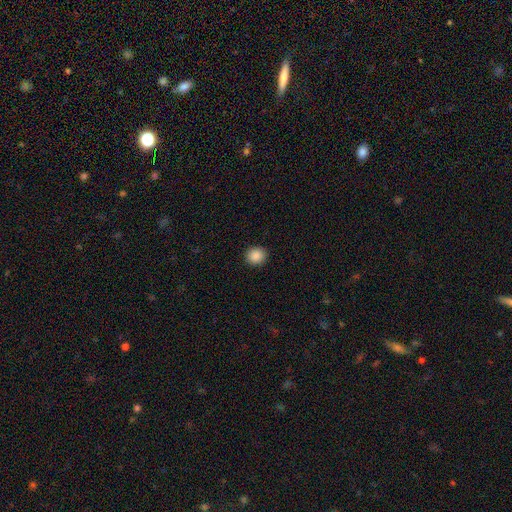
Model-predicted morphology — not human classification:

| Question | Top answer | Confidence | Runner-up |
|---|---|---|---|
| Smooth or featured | smooth | 88% | star or artifact (9%) |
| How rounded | round | 82% | in between (17%) |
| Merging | none | 91% | minor disturbance (6%) |